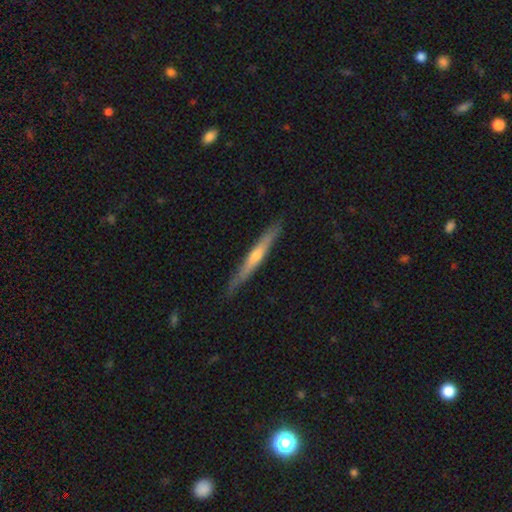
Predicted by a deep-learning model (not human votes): featured or disk 63%, smooth 31%, star or artifact 6%. Down the decision tree: edge-on disk — yes (96%); edge-on bulge — rounded (67%); merging — none (87%).